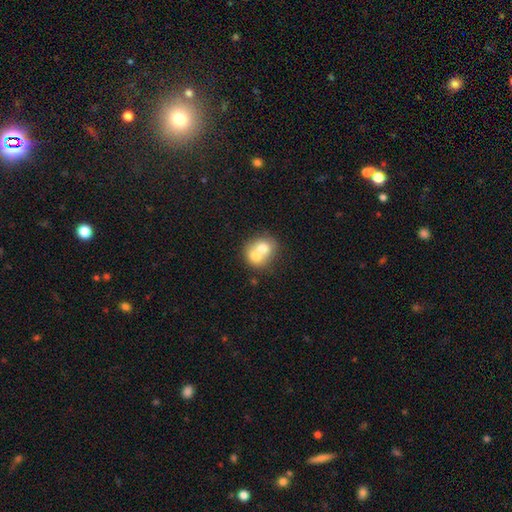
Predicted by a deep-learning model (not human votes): Smooth or featured? smooth (67%)
How rounded? round (72%)
Merging? merger (71%)